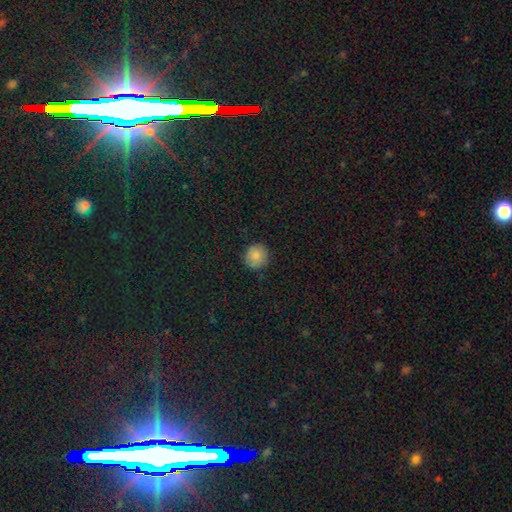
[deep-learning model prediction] This appears to be a smooth galaxy with no disk features (85%) that is round (93%). Merging: none (88%).